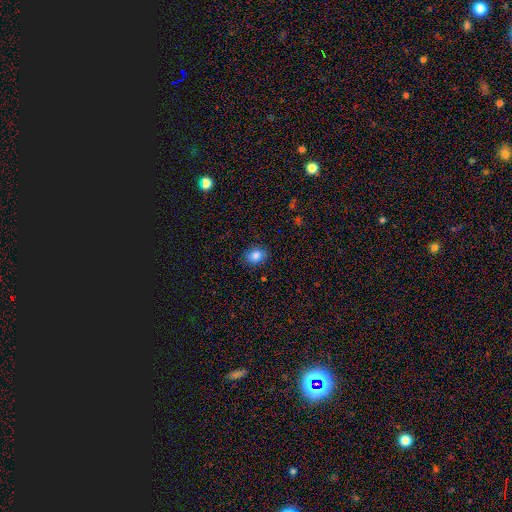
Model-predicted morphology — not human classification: Smooth or featured: smooth — 84% (star or artifact — 10%)
How rounded: round — 55% (in between — 44%)
Merging: none — 86% (minor disturbance — 10%)